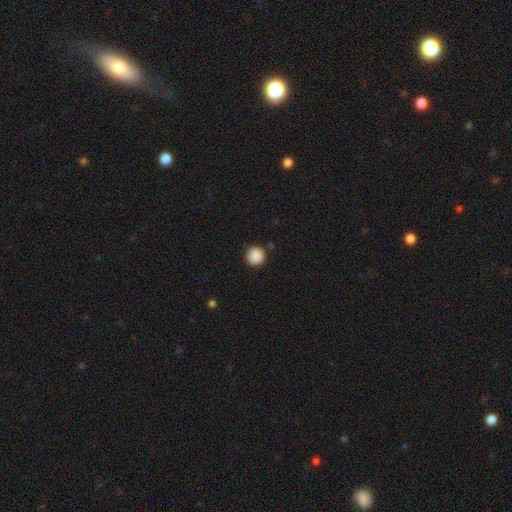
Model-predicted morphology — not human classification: Smooth or featured? Predicted: smooth (p=0.89). How rounded? Predicted: round (p=0.93). Merging? Predicted: none (p=0.87).